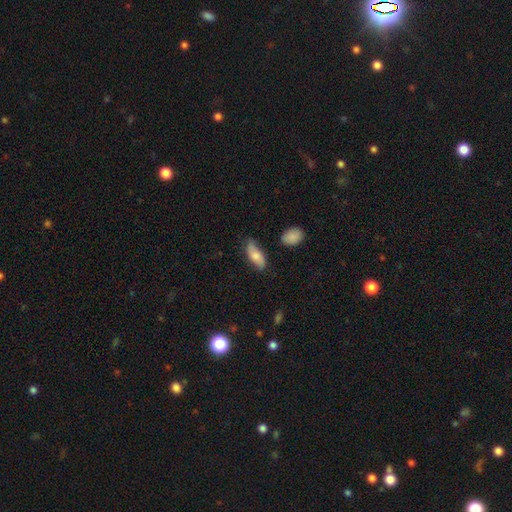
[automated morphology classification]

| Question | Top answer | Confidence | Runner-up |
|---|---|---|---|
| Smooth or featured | smooth | 73% | featured or disk (21%) |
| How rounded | in between | 81% | cigar-shaped (16%) |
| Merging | none | 68% | minor disturbance (24%) |